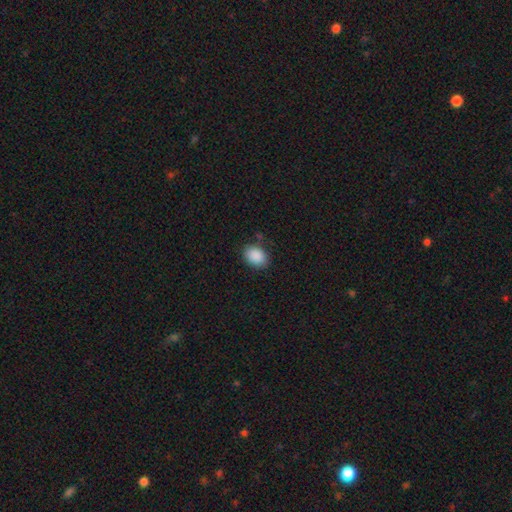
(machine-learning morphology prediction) This is clearly a smooth galaxy (89%). How rounded: likely in between (72%). Merging: clearly none (83%).